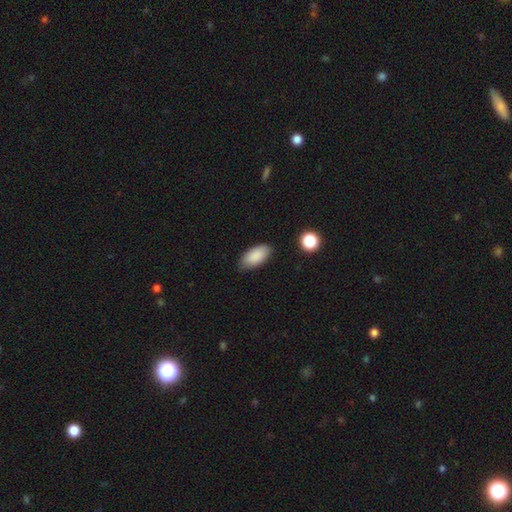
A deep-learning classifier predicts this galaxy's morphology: This is clearly a smooth galaxy (88%). How rounded: clearly in between (93%). Merging: clearly none (82%).